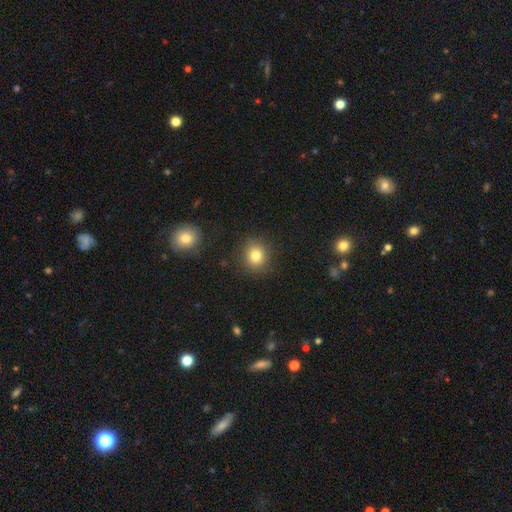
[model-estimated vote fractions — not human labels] Overall: smooth (81%). How rounded: round (82%). Merging: none (87%).